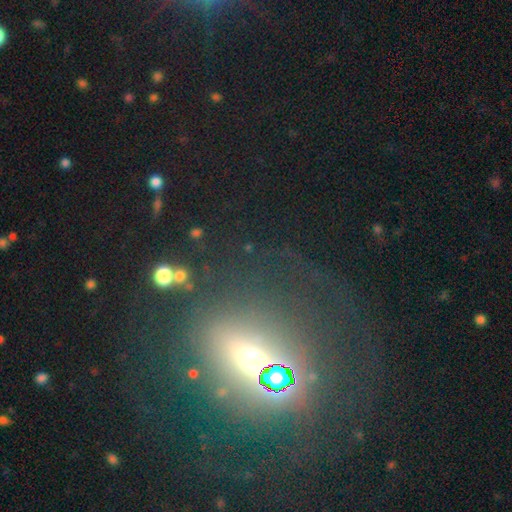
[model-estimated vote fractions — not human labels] smooth_or_featured: star or artifact (p=0.44) [alt: smooth p=0.30]